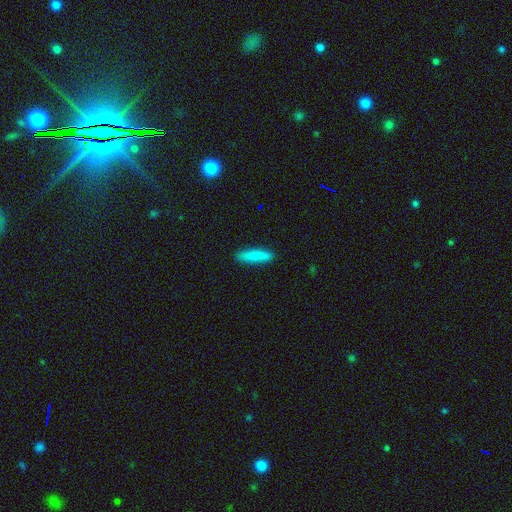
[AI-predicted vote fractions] A smooth galaxy with no disk features (83%) that is cigar-shaped (82%).

Vote fractions:
- Smooth or featured? smooth: 83% / featured or disk: 10% / star or artifact: 6%
- How rounded? cigar-shaped: 82% / in between: 16% / round: 2%
- Merging? none: 88% / minor disturbance: 9% / major disturbance: 2% / merger: 1%